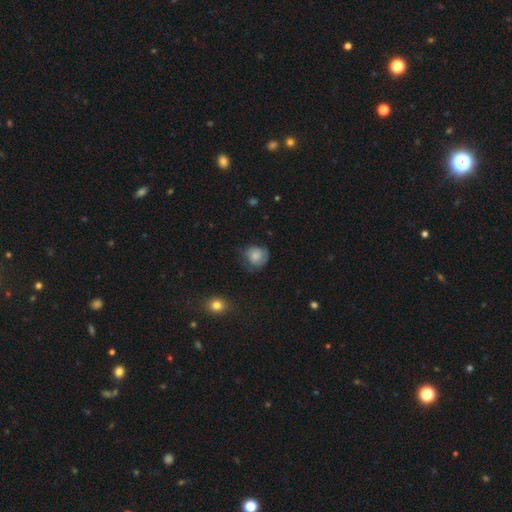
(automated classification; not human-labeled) This appears to be a smooth galaxy with no disk features (68%) that is round (79%). Merging: none (57%).